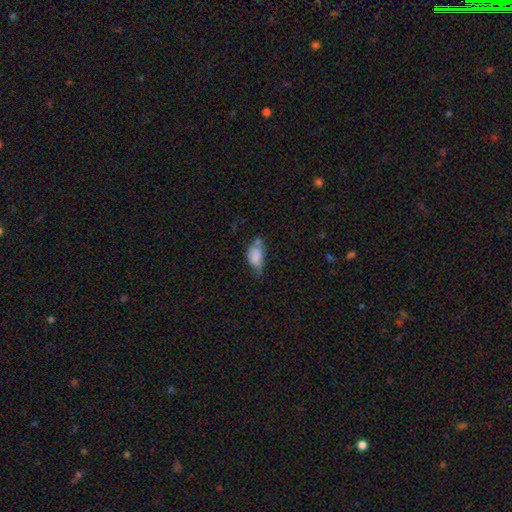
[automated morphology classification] The model was most divided on "merging": minor disturbance: 37%, none: 32%, merger: 16%, major disturbance: 15%. More confident: how rounded — in between (89%); smooth or featured — smooth (78%).